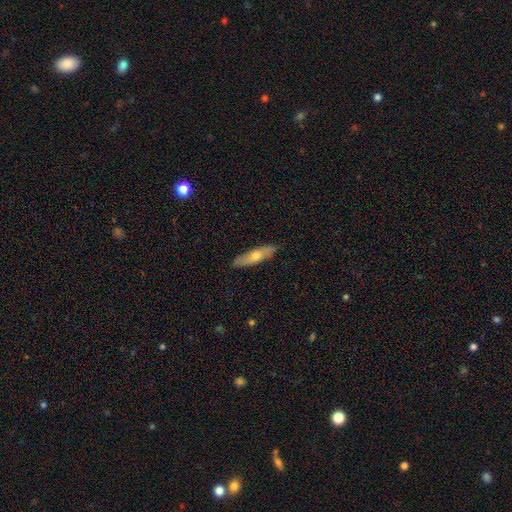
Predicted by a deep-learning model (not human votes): The model was most divided on "smooth or featured": smooth: 54%, featured or disk: 40%, star or artifact: 6%. More confident: merging — none (88%); how rounded — cigar-shaped (67%).